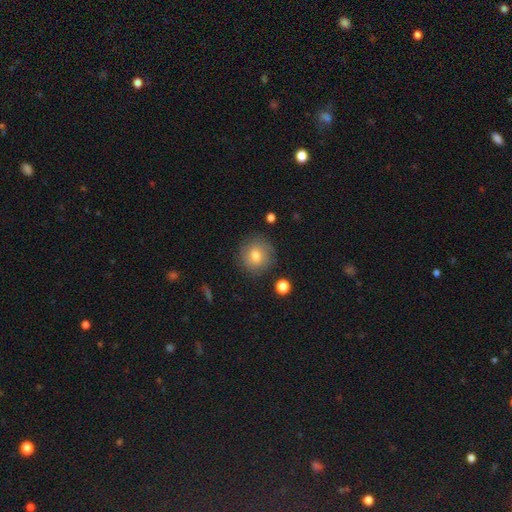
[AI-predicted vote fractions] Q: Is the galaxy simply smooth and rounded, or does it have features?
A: smooth — 73%.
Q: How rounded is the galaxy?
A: round — 88%.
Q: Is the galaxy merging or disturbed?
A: none — 84%.